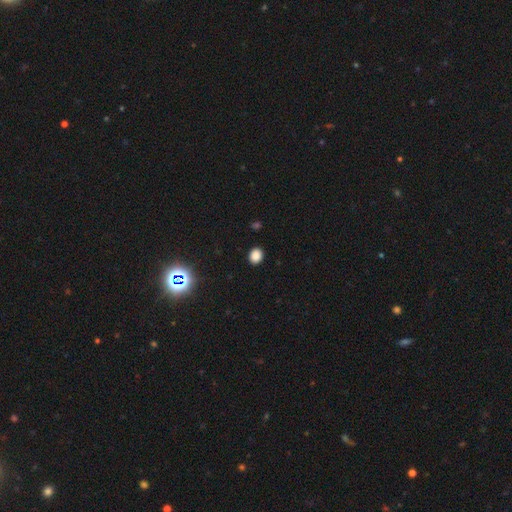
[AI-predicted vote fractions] smooth 85%, star or artifact 12%, featured or disk 3%. Down the decision tree: how rounded — round (60%); merging — none (90%).